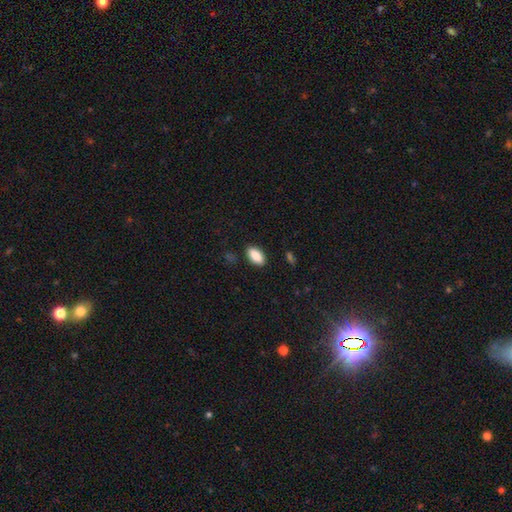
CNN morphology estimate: This appears to be a smooth galaxy with no disk features (87%) that is in between round and cigar-shaped (92%). Merging: none (88%).